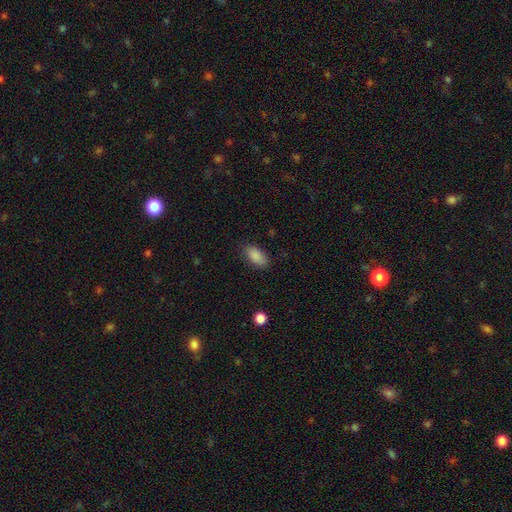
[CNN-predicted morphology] Smooth or featured? Predicted: smooth (p=0.88). How rounded? Predicted: in between (p=0.92). Merging? Predicted: none (p=0.85).